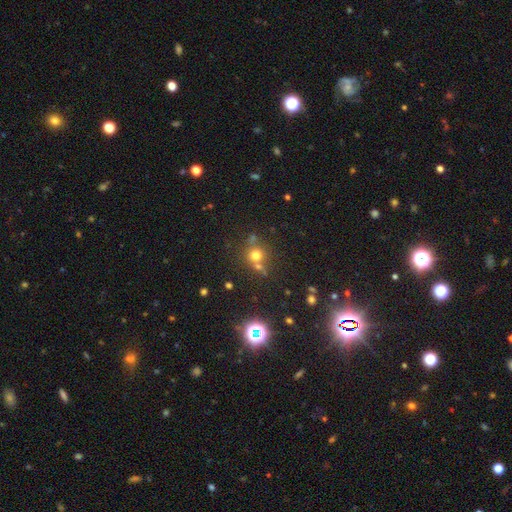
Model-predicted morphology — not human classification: type=smooth (65%); roundness=round (90%); merging=none (63%).